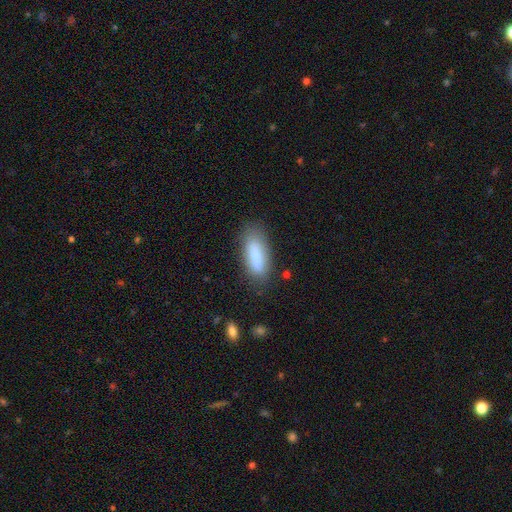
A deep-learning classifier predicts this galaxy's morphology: Smooth or featured: smooth — 80% (featured or disk — 13%)
How rounded: in between — 69% (cigar-shaped — 29%)
Merging: none — 76% (minor disturbance — 17%)